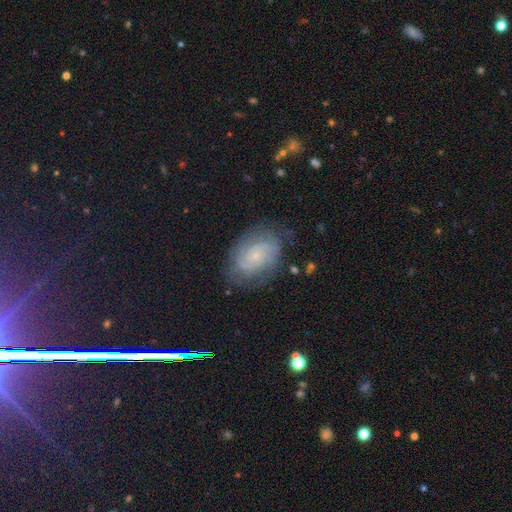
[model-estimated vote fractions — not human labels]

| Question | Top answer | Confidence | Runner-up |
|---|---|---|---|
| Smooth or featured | featured or disk | 75% | smooth (16%) |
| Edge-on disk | no | 97% | yes (3%) |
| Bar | no | 71% | weak (24%) |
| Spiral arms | yes | 93% | no (7%) |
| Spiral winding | tight | 64% | medium (28%) |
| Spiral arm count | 2 | 39% | can't tell (35%) |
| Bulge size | small | 81% | moderate (10%) |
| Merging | none | 74% | minor disturbance (17%) |